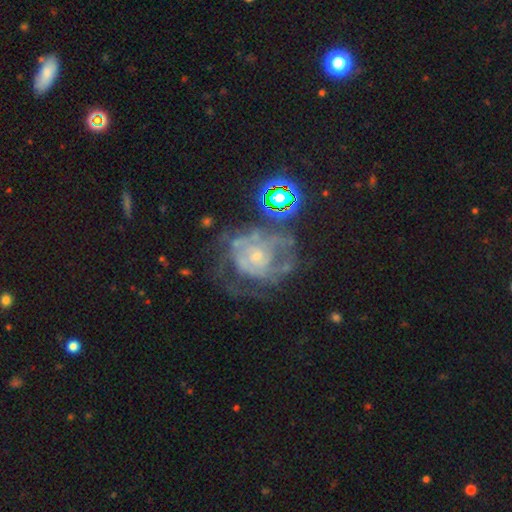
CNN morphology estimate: Smooth or featured?
  - featured or disk: 72% *
  - smooth: 14%
  - star or artifact: 13%
Edge-on disk?
  - no: 98% *
  - yes: 2%
Bar?
  - no: 80% *
  - weak: 16%
  - strong: 3%
Spiral arms?
  - yes: 68% *
  - no: 32%
Bulge size?
  - small: 63% *
  - moderate: 27%
  - none: 6%
  - large: 3%
  - dominant: 1%
Merging?
  - none: 42% *
  - major disturbance: 32%
  - minor disturbance: 21%
  - merger: 6%